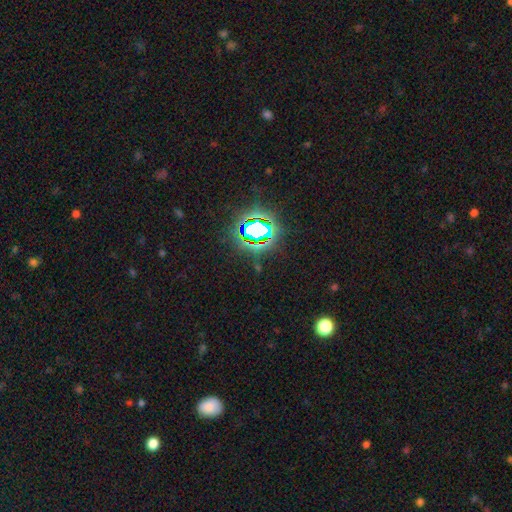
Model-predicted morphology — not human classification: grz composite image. It shows a star or artifact, not a galaxy (76%).